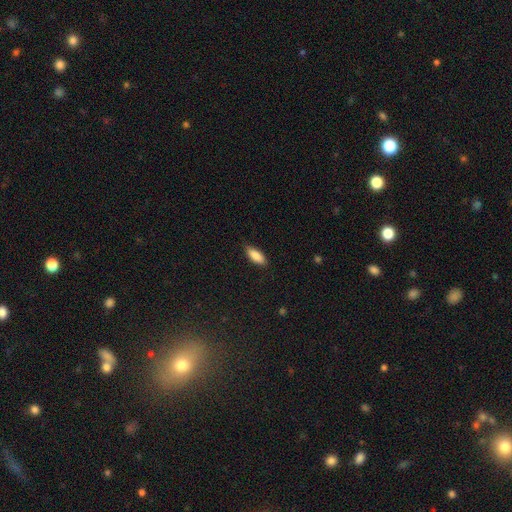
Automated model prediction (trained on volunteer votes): smooth 86%, featured or disk 8%, star or artifact 6%. Down the decision tree: how rounded — in between (75%); merging — none (81%).